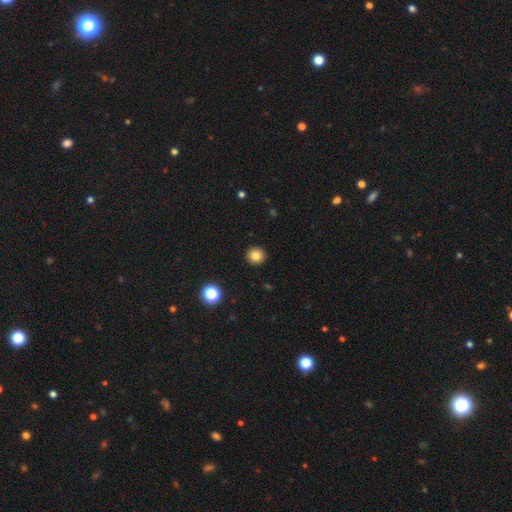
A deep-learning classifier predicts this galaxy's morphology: This appears to be a smooth galaxy with no disk features (82%) that is round (94%). Merging: none (93%).